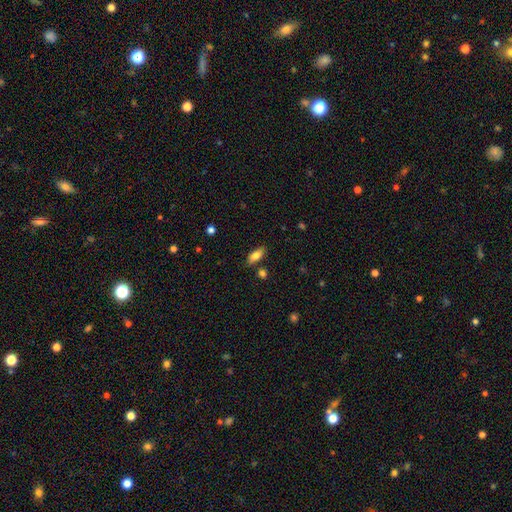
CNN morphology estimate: Smooth or featured? Predicted: smooth (p=0.77). How rounded? Predicted: in between (p=0.81). Merging? Predicted: none (p=0.82).